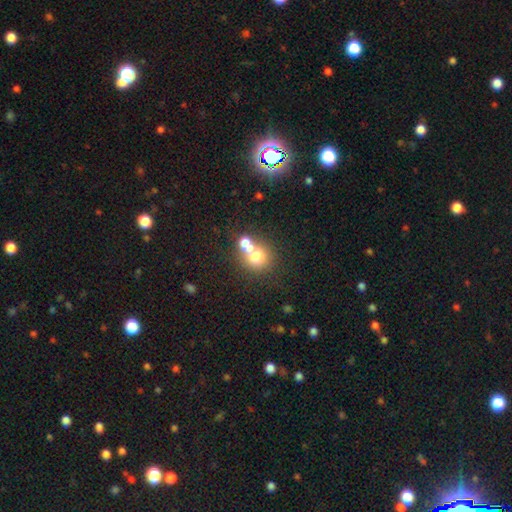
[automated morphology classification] Q: Smooth or featured?
A: smooth (67%); runner-up: featured or disk (20%)
Q: How rounded?
A: round (82%); runner-up: in between (17%)
Q: Merging?
A: merger (52%); runner-up: none (37%)